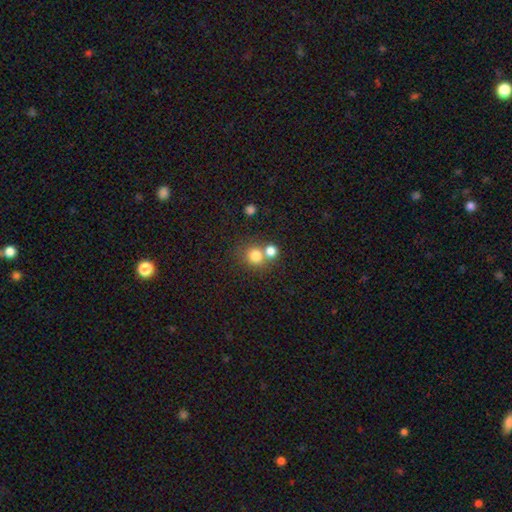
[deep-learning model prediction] Smooth or featured: smooth — 79% (star or artifact — 13%)
How rounded: round — 87% (in between — 12%)
Merging: none — 54% (merger — 36%)